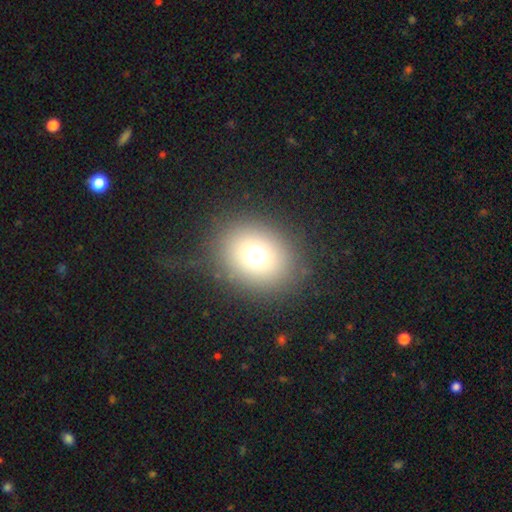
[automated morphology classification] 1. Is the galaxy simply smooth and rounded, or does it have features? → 70% smooth, 16% star or artifact, 14% featured or disk.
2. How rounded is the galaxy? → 62% round, 37% in between, 1% cigar-shaped.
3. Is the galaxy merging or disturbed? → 79% none, 11% minor disturbance, 8% major disturbance, 2% merger.